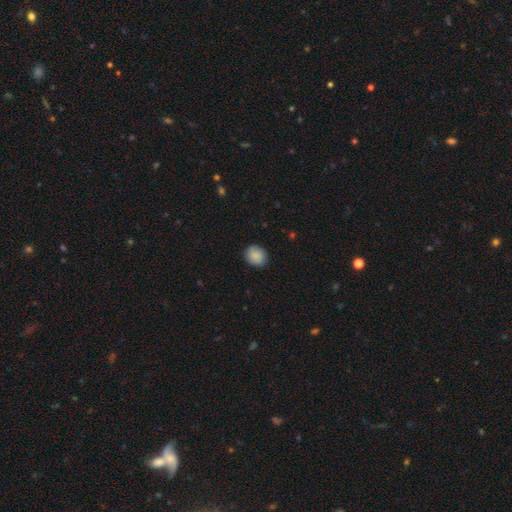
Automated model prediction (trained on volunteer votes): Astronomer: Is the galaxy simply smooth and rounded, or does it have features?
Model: smooth — 87%.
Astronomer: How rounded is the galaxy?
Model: round — 71%.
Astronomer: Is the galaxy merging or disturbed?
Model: none — 87%.